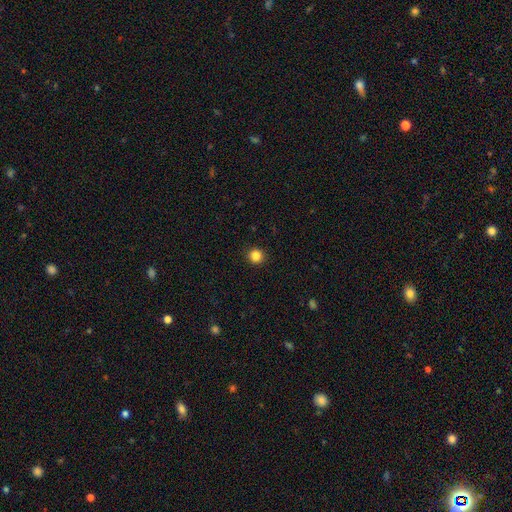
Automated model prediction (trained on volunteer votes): This appears to be a smooth galaxy with no disk features (84%) that is round (94%). Merging: none (93%).